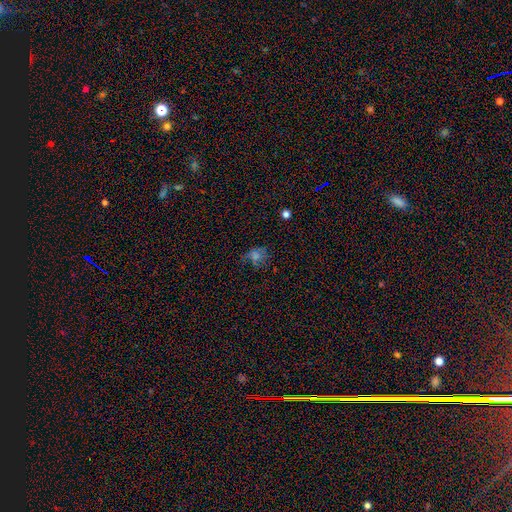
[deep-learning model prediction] smooth_or_featured: smooth (p=0.42) [alt: star or artifact p=0.36]
merging: none (p=0.57) [alt: minor disturbance p=0.22]